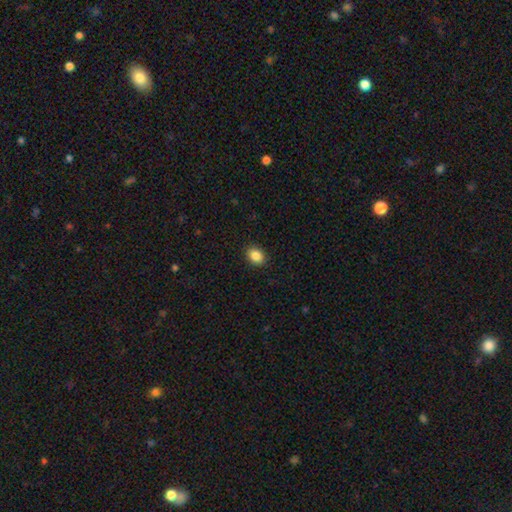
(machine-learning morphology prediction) Smooth or featured? smooth (87%)
How rounded? in between (64%)
Merging? none (90%)